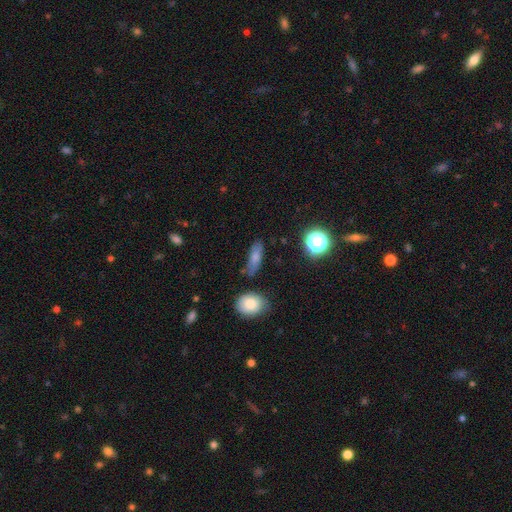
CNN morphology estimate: A smooth galaxy with no disk features (66%) that is in between round and cigar-shaped (54%).

Vote fractions:
- Smooth or featured? smooth: 66% / featured or disk: 18% / star or artifact: 15%
- How rounded? in between: 54% / cigar-shaped: 36% / round: 9%
- Merging? none: 72% / minor disturbance: 18% / major disturbance: 5% / merger: 5%